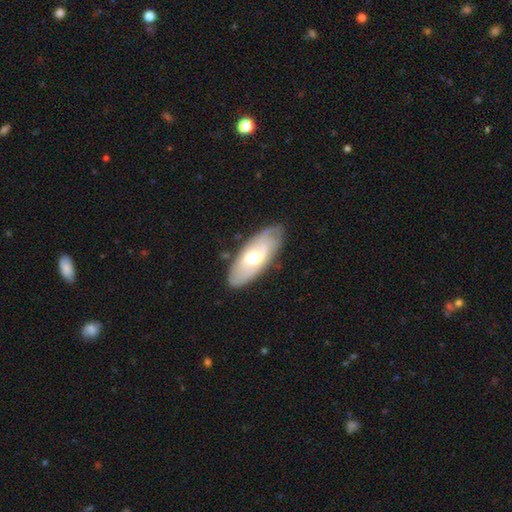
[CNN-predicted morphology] This appears to be a featured or disk galaxy (59%). Merging: none (78%).